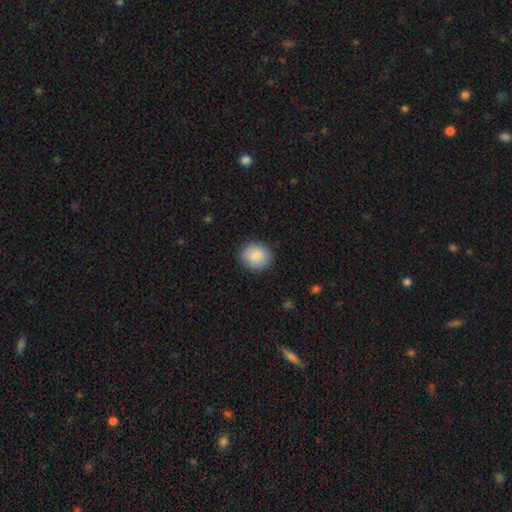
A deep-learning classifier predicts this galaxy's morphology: A smooth galaxy with no disk features (88%) that is round (76%).

Vote fractions:
- Smooth or featured? smooth: 88% / star or artifact: 7% / featured or disk: 5%
- How rounded? round: 76% / in between: 23% / cigar-shaped: 1%
- Merging? none: 90% / minor disturbance: 7% / major disturbance: 2% / merger: 1%